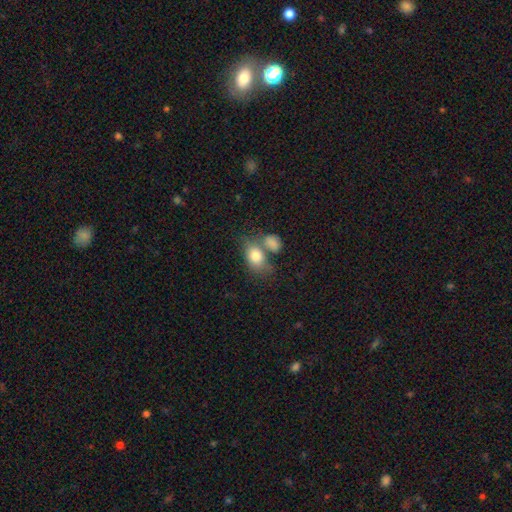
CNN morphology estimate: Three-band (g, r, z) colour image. It shows a smooth galaxy with no disk features (80%) that is in between round and cigar-shaped (78%). Merging: merger (39%, tied with none).